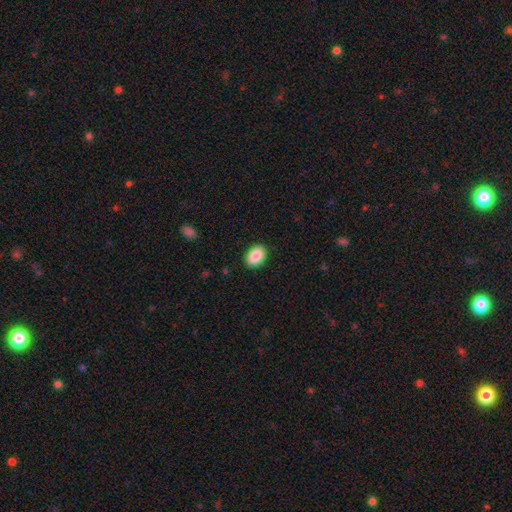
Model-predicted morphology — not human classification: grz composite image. It shows a smooth galaxy with no disk features (90%) that is in between round and cigar-shaped (84%). Merging: none (90%).